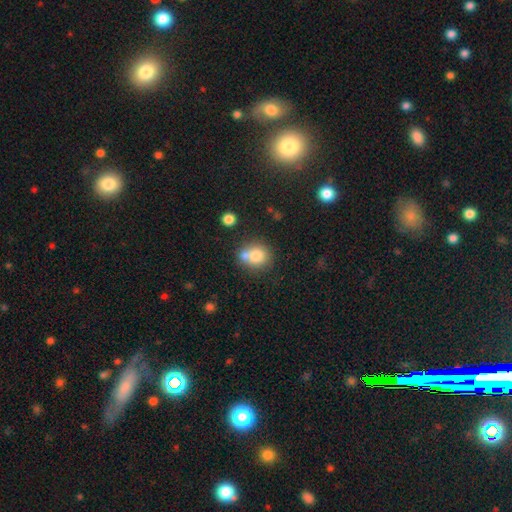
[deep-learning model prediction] This is likely a smooth galaxy (77%). How rounded: clearly round (81%). Merging: possibly none (49%).